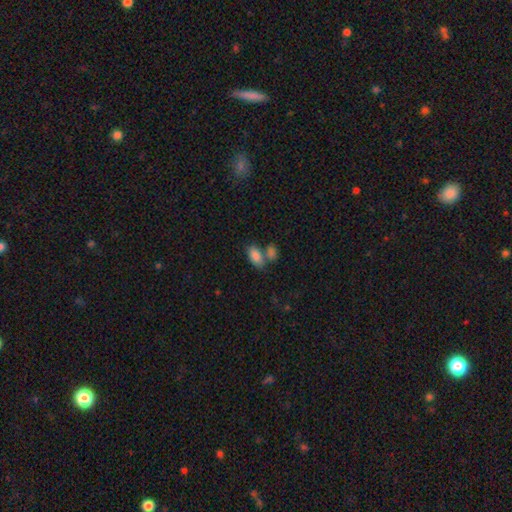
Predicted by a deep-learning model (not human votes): Q: Smooth or featured?
A: smooth (85%); runner-up: star or artifact (8%)
Q: How rounded?
A: in between (91%); runner-up: round (5%)
Q: Merging?
A: none (46%); runner-up: merger (38%)